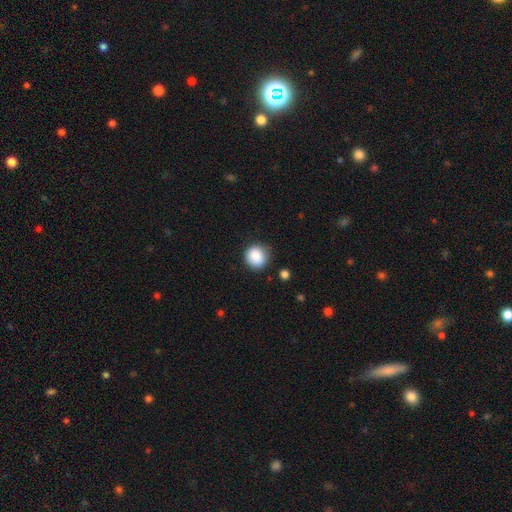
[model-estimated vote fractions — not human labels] Overall: smooth (87%). How rounded: round (91%). Merging: none (82%).